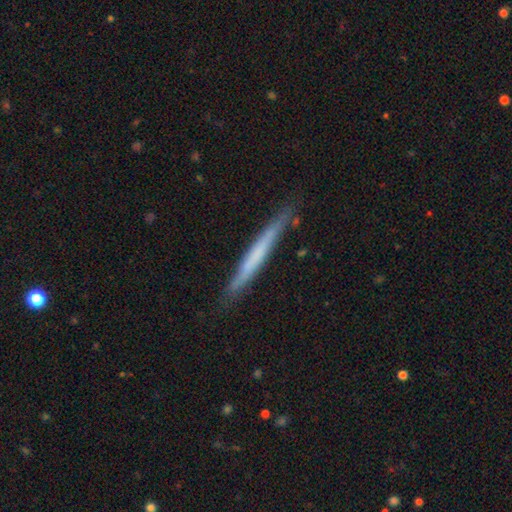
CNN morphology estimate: Q: Smooth or featured?
A: smooth (49%); runner-up: featured or disk (46%)
Q: Merging?
A: none (85%); runner-up: minor disturbance (11%)